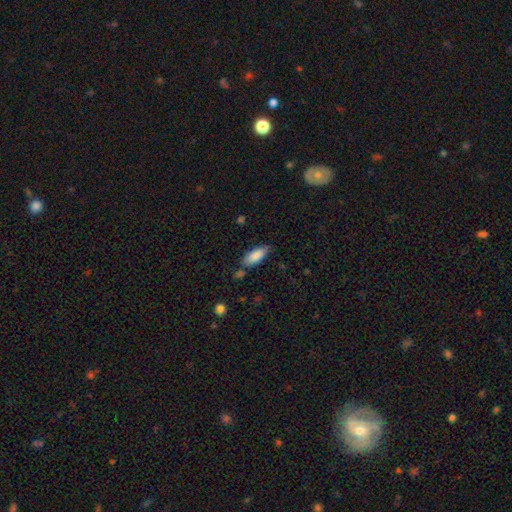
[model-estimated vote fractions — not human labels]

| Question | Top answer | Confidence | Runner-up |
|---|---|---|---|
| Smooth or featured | smooth | 87% | featured or disk (7%) |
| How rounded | in between | 76% | cigar-shaped (22%) |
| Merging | none | 73% | minor disturbance (17%) |